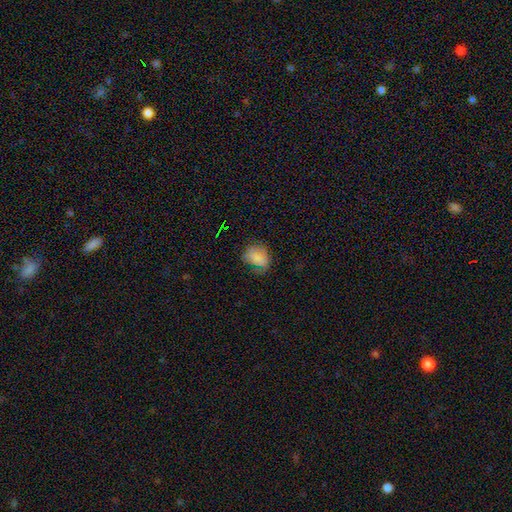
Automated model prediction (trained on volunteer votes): The model was most divided on "how rounded": in between: 60%, round: 39%, cigar-shaped: 1%. More confident: smooth or featured — smooth (78%); merging — none (59%).